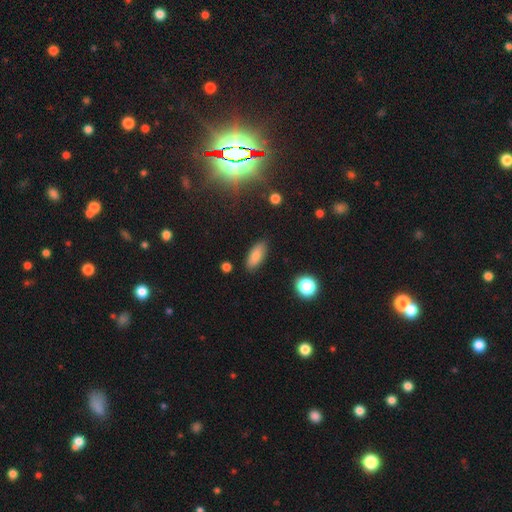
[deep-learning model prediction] This appears to be a smooth galaxy with no disk features (82%) that is in between round and cigar-shaped (82%). Merging: none (86%).